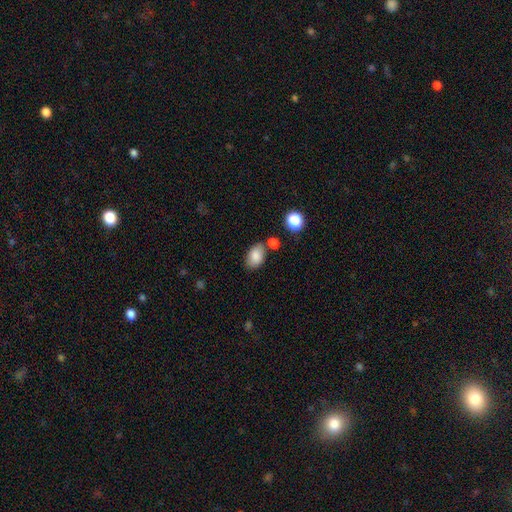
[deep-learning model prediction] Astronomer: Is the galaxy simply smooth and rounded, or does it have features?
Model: smooth — 84%.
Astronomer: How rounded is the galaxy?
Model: in between — 87%.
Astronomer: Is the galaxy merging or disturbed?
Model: none — 68%.